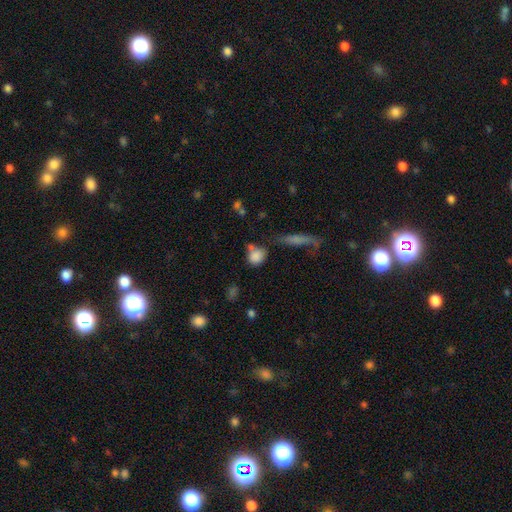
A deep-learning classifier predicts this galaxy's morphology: This appears to be a smooth galaxy with no disk features (82%) that is round (65%). Merging: none (52%).